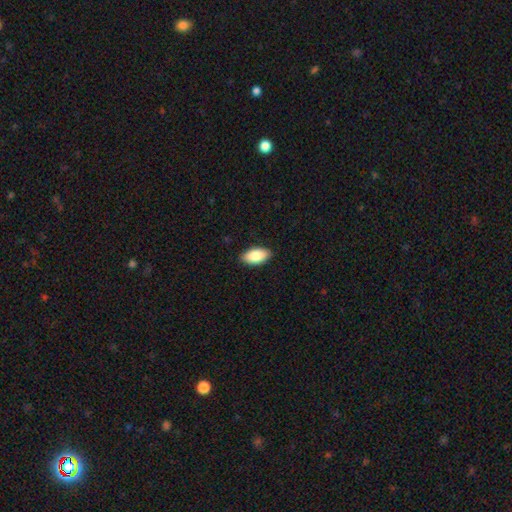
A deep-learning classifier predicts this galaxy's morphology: Smooth or featured? Predicted: smooth (p=0.86). How rounded? Predicted: in between (p=0.94). Merging? Predicted: none (p=0.88).